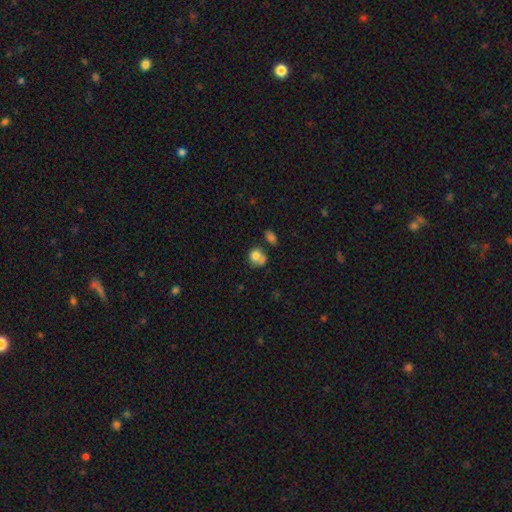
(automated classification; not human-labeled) Smooth or featured? Predicted: smooth (p=0.76). How rounded? Predicted: round (p=0.69). Merging? Predicted: merger (p=0.38, tied with none).